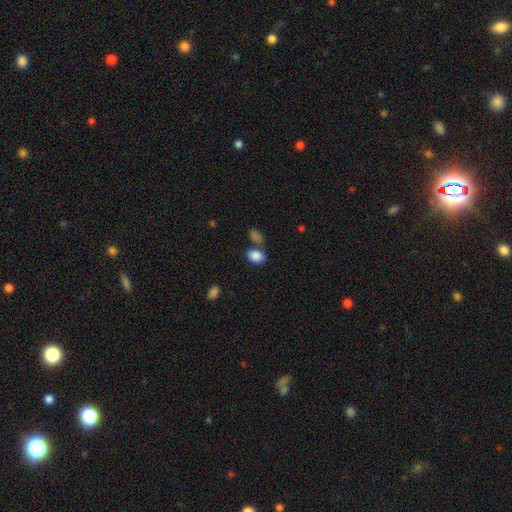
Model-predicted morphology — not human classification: This is clearly a smooth galaxy (86%). How rounded: clearly in between (83%). Merging: likely none (61%).